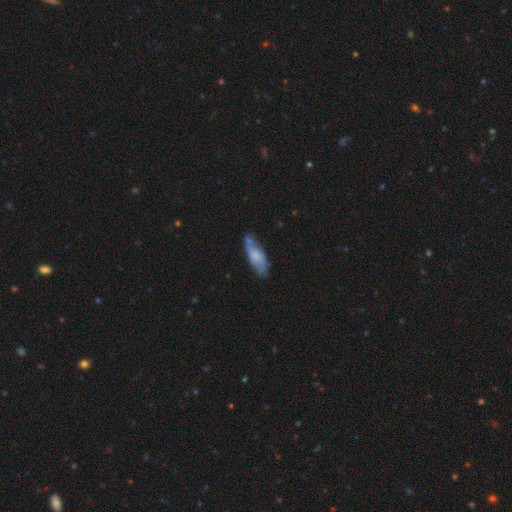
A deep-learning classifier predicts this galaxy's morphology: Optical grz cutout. It shows a smooth galaxy with no disk features (53%) that is in between round and cigar-shaped (60%). Merging: none (61%).